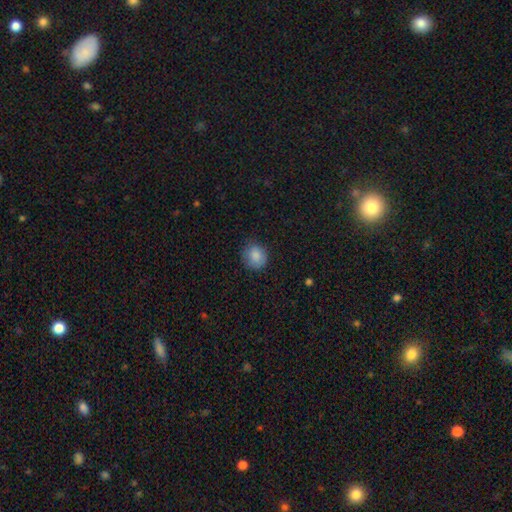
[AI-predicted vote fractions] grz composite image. It shows a smooth galaxy with no disk features (86%) that is round (86%). Merging: none (81%).